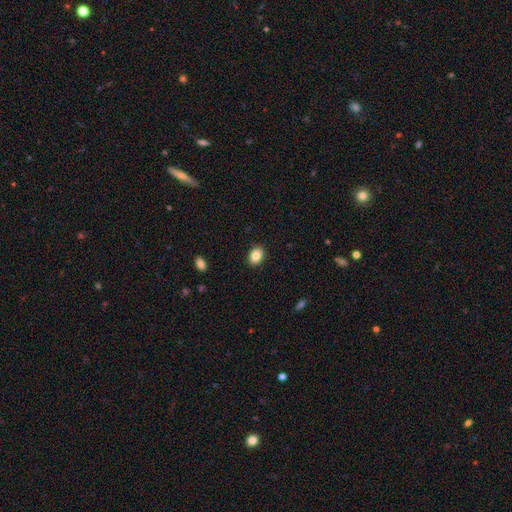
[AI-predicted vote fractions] Smooth or featured? Predicted: smooth (p=0.86). How rounded? Predicted: in between (p=0.75). Merging? Predicted: none (p=0.89).